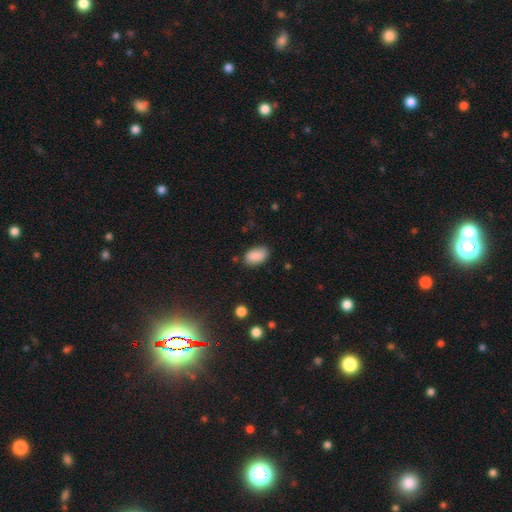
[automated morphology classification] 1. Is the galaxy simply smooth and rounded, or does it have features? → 88% smooth, 7% star or artifact, 5% featured or disk.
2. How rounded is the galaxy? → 92% in between, 6% round, 2% cigar-shaped.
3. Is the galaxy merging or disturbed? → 79% none, 16% minor disturbance, 3% major disturbance, 2% merger.